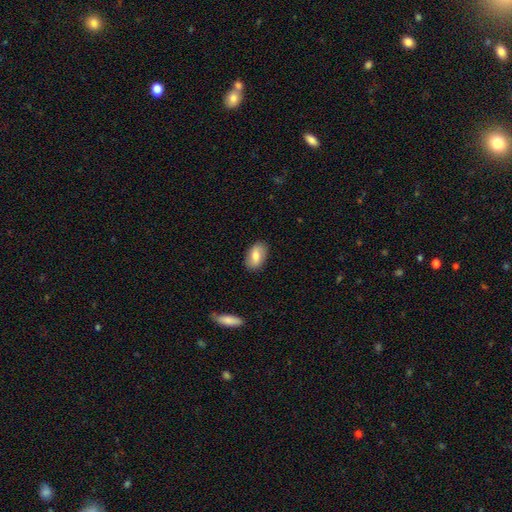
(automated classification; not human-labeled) Smooth or featured: smooth — 68% (featured or disk — 25%)
How rounded: in between — 91% (round — 6%)
Merging: none — 85% (minor disturbance — 11%)